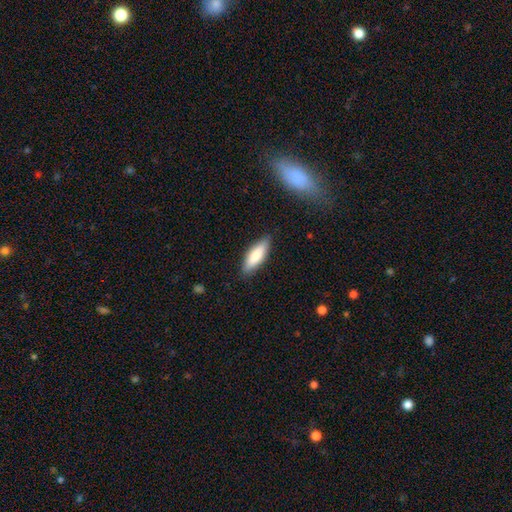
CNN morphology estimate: A smooth galaxy with no disk features (77%) that is in between round and cigar-shaped (56%).

Vote fractions:
- Smooth or featured? smooth: 77% / featured or disk: 17% / star or artifact: 6%
- How rounded? in between: 56% / cigar-shaped: 43% / round: 2%
- Merging? none: 85% / minor disturbance: 12% / major disturbance: 2% / merger: 1%